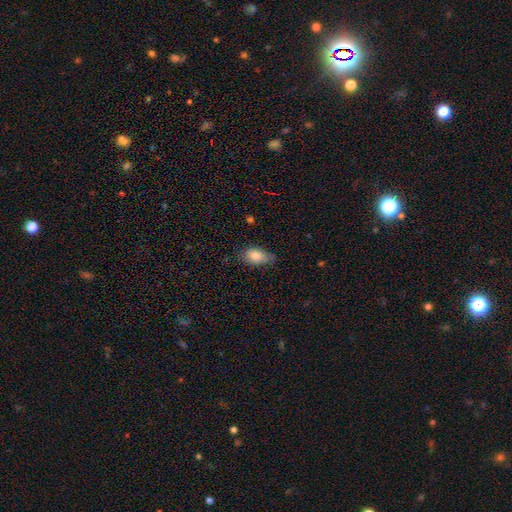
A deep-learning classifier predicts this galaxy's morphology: This appears to be a smooth galaxy with no disk features (82%) that is in between round and cigar-shaped (90%). Merging: none (64%).